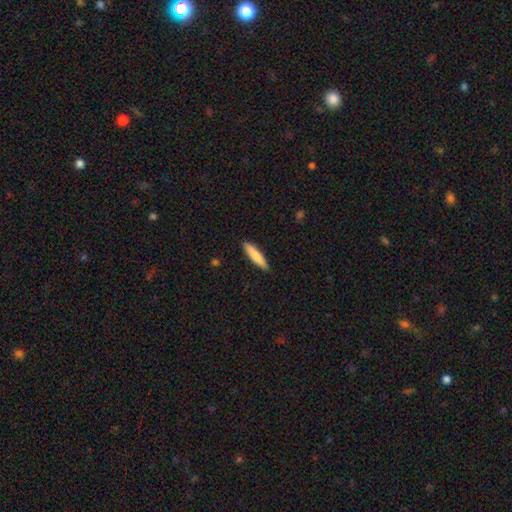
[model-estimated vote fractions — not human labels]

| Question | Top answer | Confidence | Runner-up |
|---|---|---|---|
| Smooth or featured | smooth | 78% | featured or disk (16%) |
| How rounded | cigar-shaped | 82% | in between (17%) |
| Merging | none | 89% | minor disturbance (8%) |